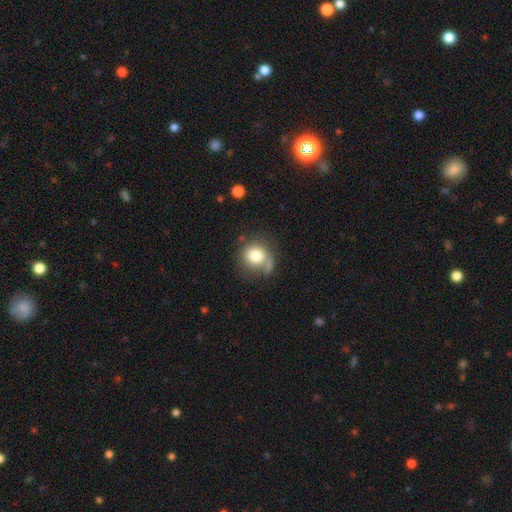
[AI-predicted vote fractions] A smooth galaxy with no disk features (78%) that is round (82%). Merging: none (56%).